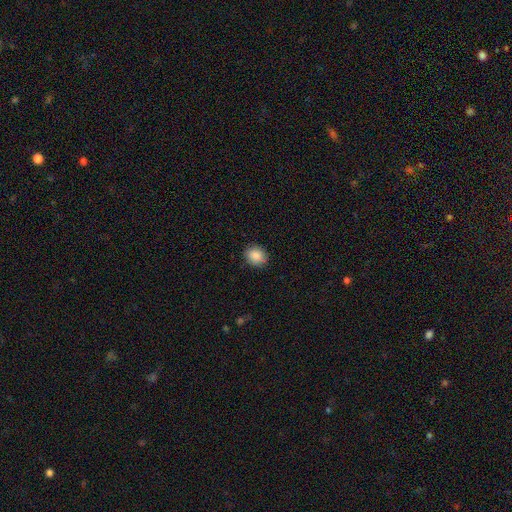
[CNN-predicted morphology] smooth 88%, star or artifact 8%, featured or disk 4%. Down the decision tree: how rounded — round (60%); merging — none (87%).